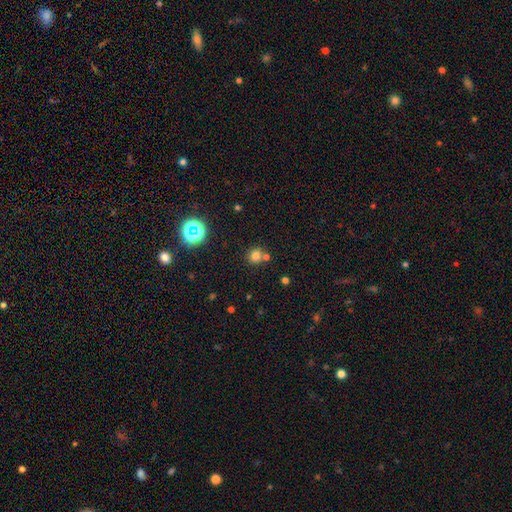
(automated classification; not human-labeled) Q: Smooth or featured?
A: smooth (73%); runner-up: star or artifact (19%)
Q: How rounded?
A: round (86%); runner-up: in between (13%)
Q: Merging?
A: none (65%); runner-up: merger (24%)